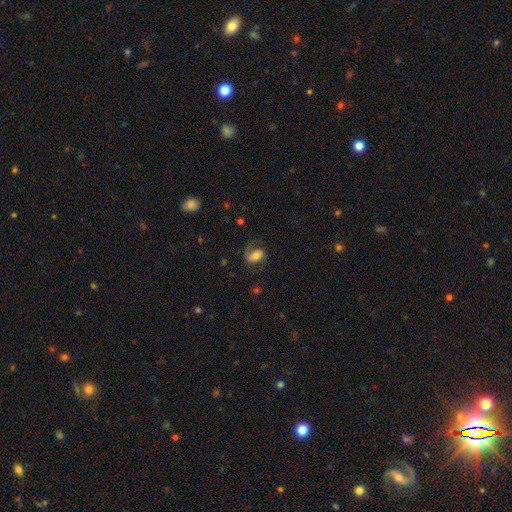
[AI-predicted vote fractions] smooth_or_featured: featured or disk (p=0.59) [alt: smooth p=0.32]
disk_edge_on: no (p=0.96) [alt: yes p=0.04]
bar: no (p=0.41) [alt: weak p=0.37]
has_spiral_arms: yes (p=0.90) [alt: no p=0.10]
spiral_winding: medium (p=0.47) [alt: loose p=0.34]
spiral_arm_count: 2 (p=0.72) [alt: 1 p=0.20]
bulge_size: moderate (p=0.53) [alt: small p=0.26]
merging: none (p=0.65) [alt: minor disturbance p=0.18]